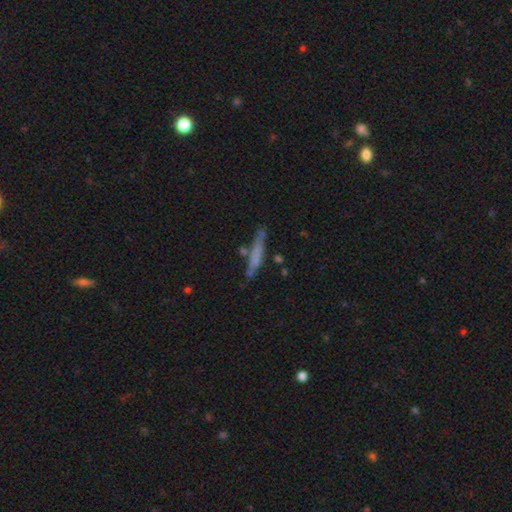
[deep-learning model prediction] A smooth galaxy with no disk features (58%) that is cigar-shaped (91%). Merging: none (71%).